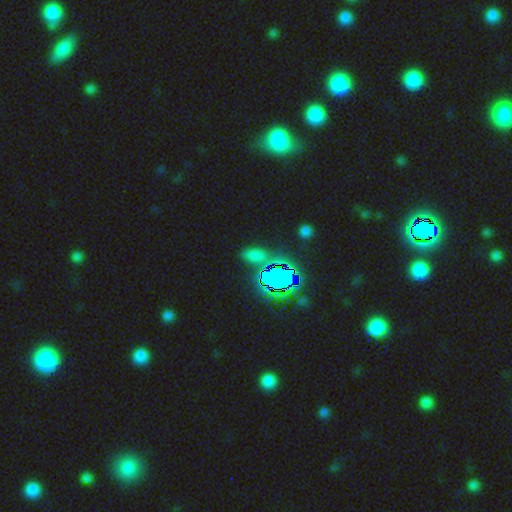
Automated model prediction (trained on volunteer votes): A star or artifact, not a galaxy (55%).